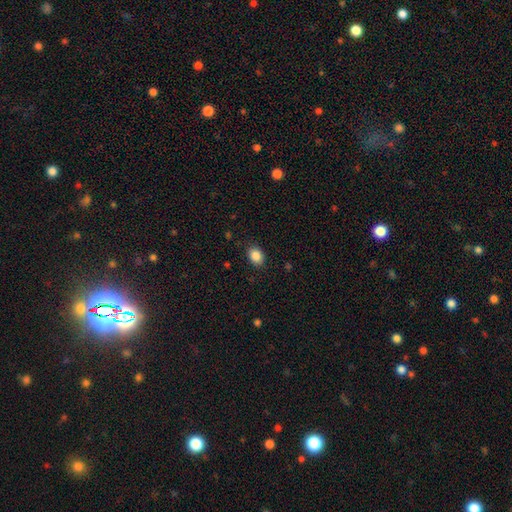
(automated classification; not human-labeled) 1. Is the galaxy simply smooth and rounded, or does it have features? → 87% smooth, 9% star or artifact, 4% featured or disk.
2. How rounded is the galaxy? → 63% in between, 36% round, 1% cigar-shaped.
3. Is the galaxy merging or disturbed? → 86% none, 10% minor disturbance, 3% major disturbance, 1% merger.